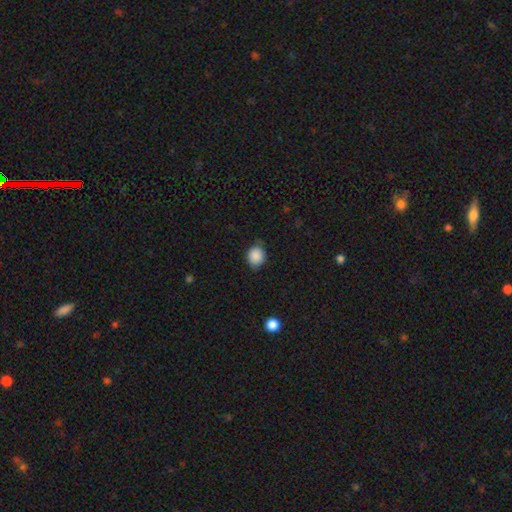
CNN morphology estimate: Overall: smooth (87%). How rounded: round (70%). Merging: none (74%).